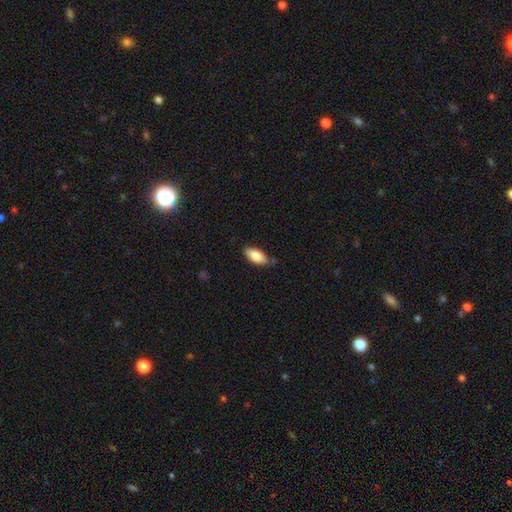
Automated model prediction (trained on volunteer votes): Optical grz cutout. It shows a smooth galaxy with no disk features (82%) that is in between round and cigar-shaped (86%). Merging: none (75%).